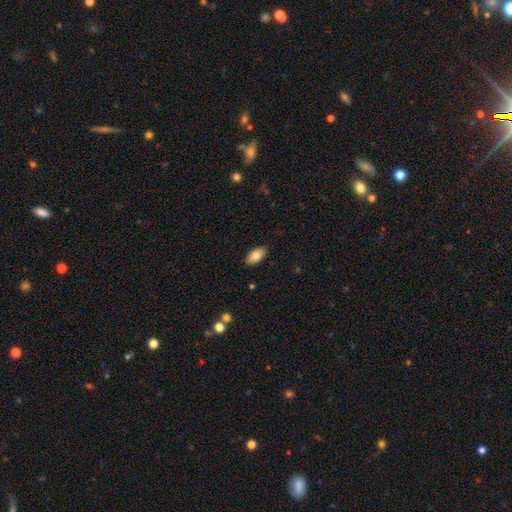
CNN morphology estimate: Overall: smooth (79%). How rounded: in between (93%). Merging: none (88%).